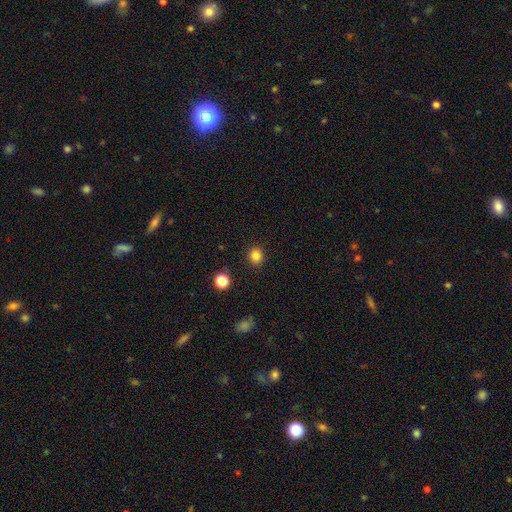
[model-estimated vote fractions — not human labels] A smooth galaxy with no disk features (83%) that is round (84%). Merging: none (90%).